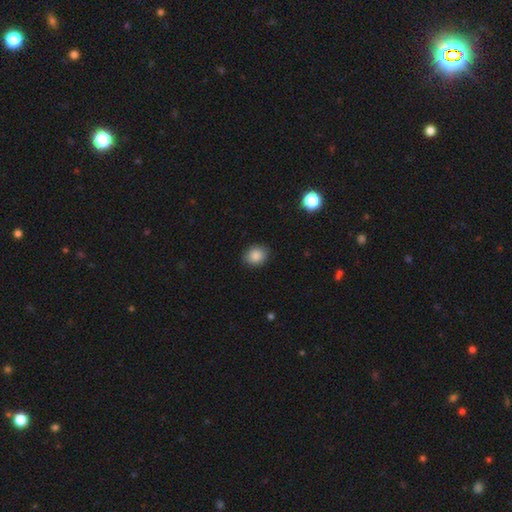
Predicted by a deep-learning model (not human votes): smooth-or-featured: smooth: 86% | star or artifact: 9% | featured or disk: 5%
  how-rounded: round: 61% | in between: 38% | cigar-shaped: 1%
  merging: none: 86% | minor disturbance: 11% | major disturbance: 2% | merger: 1%